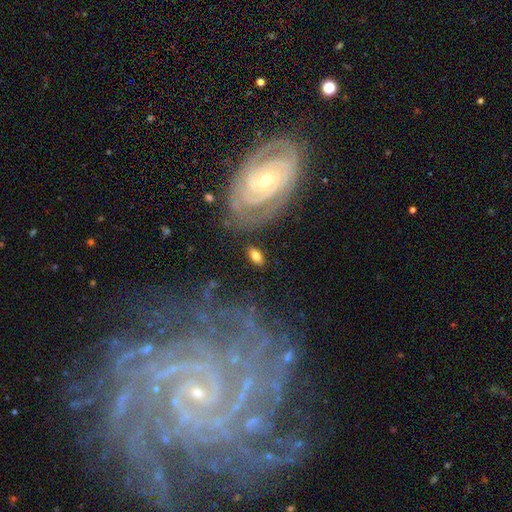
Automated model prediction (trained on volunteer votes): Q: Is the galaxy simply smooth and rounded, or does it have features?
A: smooth — 70%.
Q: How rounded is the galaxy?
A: in between — 90%.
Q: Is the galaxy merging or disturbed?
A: none — 81%.